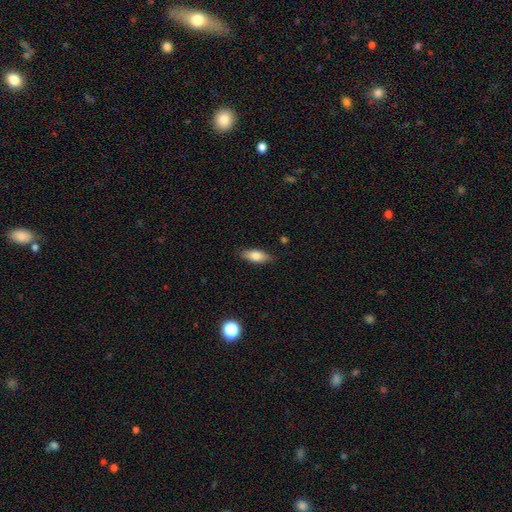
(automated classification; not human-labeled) A smooth galaxy with no disk features (78%) that is in between round and cigar-shaped (75%).

Vote fractions:
- Smooth or featured? smooth: 78% / featured or disk: 15% / star or artifact: 7%
- How rounded? in between: 75% / cigar-shaped: 22% / round: 3%
- Merging? none: 85% / minor disturbance: 11% / major disturbance: 2% / merger: 1%